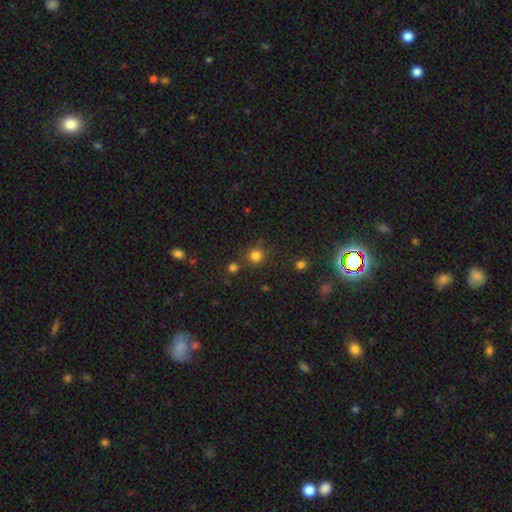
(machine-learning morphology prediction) Q: Smooth or featured?
A: smooth (78%); runner-up: star or artifact (17%)
Q: How rounded?
A: round (93%); runner-up: in between (6%)
Q: Merging?
A: none (78%); runner-up: minor disturbance (9%)